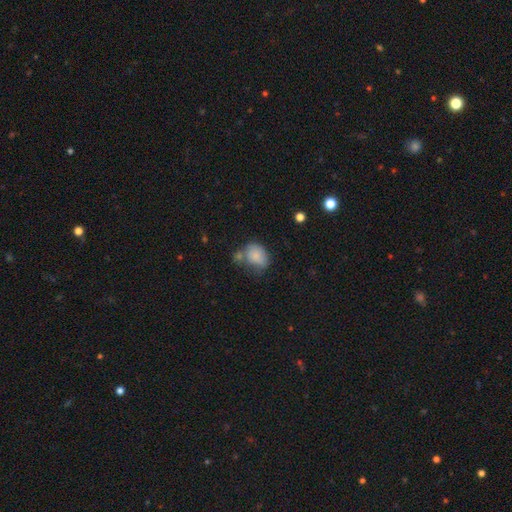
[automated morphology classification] Smooth or featured?
  - smooth: 81% *
  - featured or disk: 10%
  - star or artifact: 9%
How rounded?
  - in between: 66% *
  - round: 32%
  - cigar-shaped: 1%
Merging?
  - none: 41% *
  - minor disturbance: 29%
  - merger: 18%
  - major disturbance: 12%